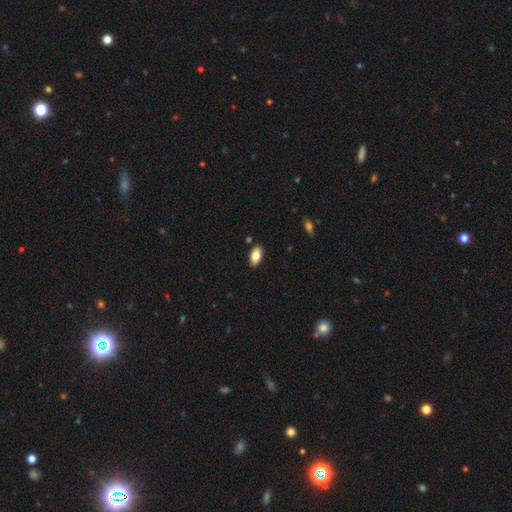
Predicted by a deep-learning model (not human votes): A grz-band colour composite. It shows a smooth galaxy with no disk features (84%) that is in between round and cigar-shaped (93%). Merging: none (87%).